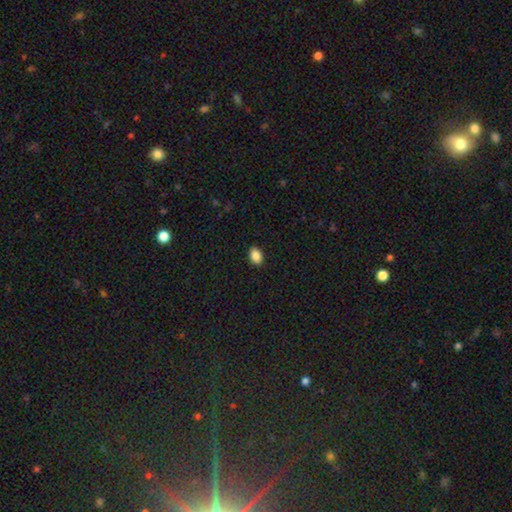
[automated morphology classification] A smooth galaxy with no disk features (88%) that is in between round and cigar-shaped (84%). Merging: none (90%).